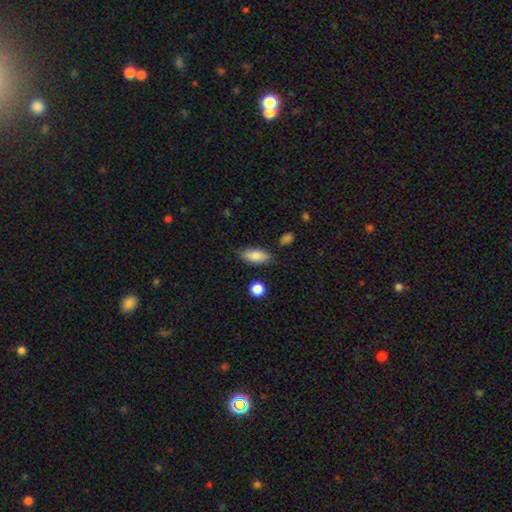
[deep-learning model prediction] A smooth galaxy with no disk features (86%) that is in between round and cigar-shaped (85%).

Vote fractions:
- Smooth or featured? smooth: 86% / star or artifact: 7% / featured or disk: 7%
- How rounded? in between: 85% / cigar-shaped: 12% / round: 3%
- Merging? none: 81% / minor disturbance: 13% / major disturbance: 3% / merger: 3%